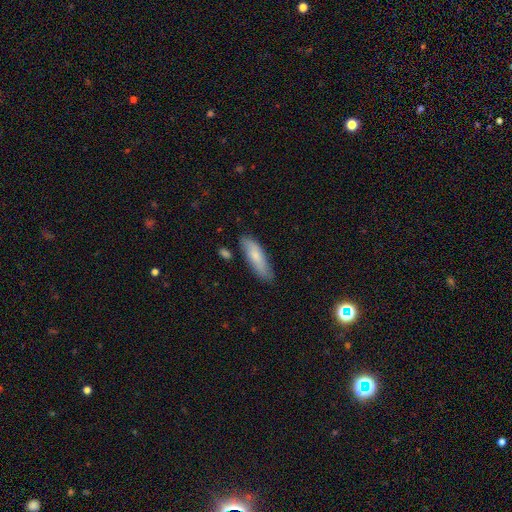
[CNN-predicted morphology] Smooth or featured?
  - smooth: 74% *
  - featured or disk: 21%
  - star or artifact: 6%
How rounded?
  - cigar-shaped: 54% *
  - in between: 44%
  - round: 2%
Merging?
  - none: 78% *
  - minor disturbance: 16%
  - merger: 3%
  - major disturbance: 3%